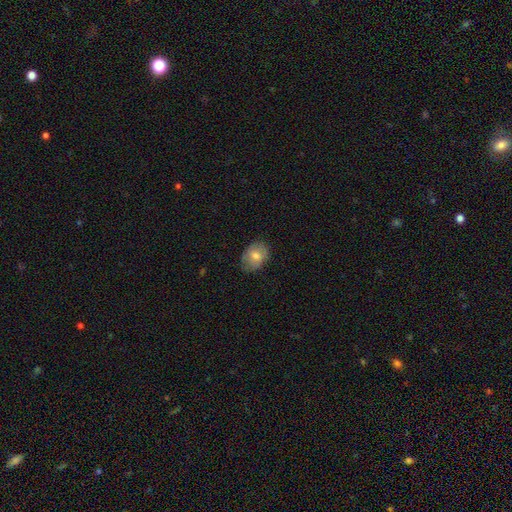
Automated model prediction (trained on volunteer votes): Morphology: type=smooth (72%); roundness=in between (71%); merging=none (72%).